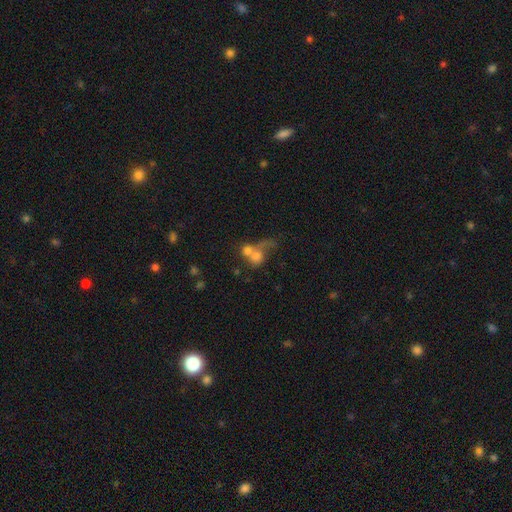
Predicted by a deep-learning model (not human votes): Q: Smooth or featured?
A: smooth (61%); runner-up: featured or disk (27%)
Q: How rounded?
A: round (70%); runner-up: in between (28%)
Q: Merging?
A: merger (63%); runner-up: none (17%)